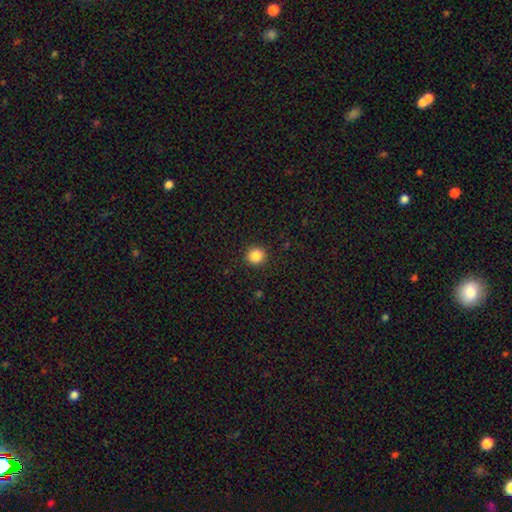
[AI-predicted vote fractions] A smooth galaxy with no disk features (86%) that is round (91%). Merging: none (92%).